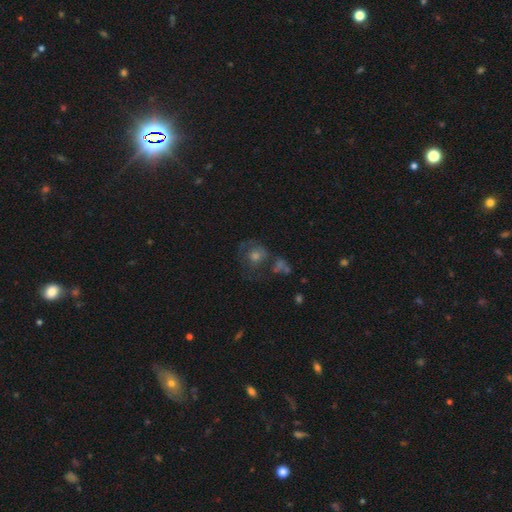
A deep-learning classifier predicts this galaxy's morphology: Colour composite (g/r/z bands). It shows a smooth galaxy with no disk features (41%). Merging: none (49%).